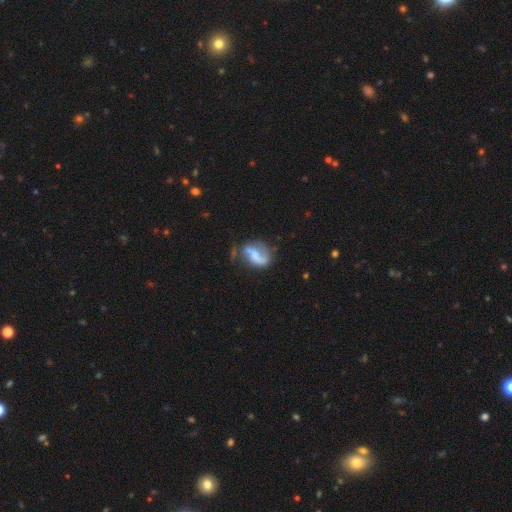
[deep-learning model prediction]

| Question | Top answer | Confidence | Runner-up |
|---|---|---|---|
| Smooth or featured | featured or disk | 68% | smooth (24%) |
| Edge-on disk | no | 97% | yes (3%) |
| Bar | no | 40% | weak (37%) |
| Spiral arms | yes | 84% | no (16%) |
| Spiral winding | loose | 63% | medium (27%) |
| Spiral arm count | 2 | 77% | 1 (14%) |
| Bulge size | none | 47% | small (23%) |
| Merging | none | 45% | minor disturbance (25%) |